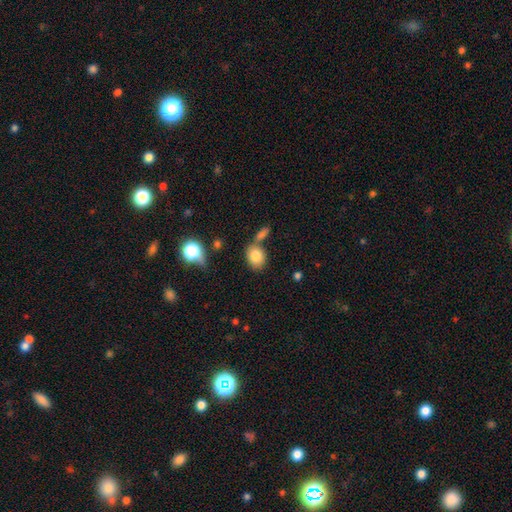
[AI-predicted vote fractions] Smooth or featured?
  - smooth: 80% *
  - featured or disk: 10%
  - star or artifact: 10%
How rounded?
  - in between: 56% *
  - round: 43%
  - cigar-shaped: 1%
Merging?
  - none: 59% *
  - merger: 22%
  - minor disturbance: 14%
  - major disturbance: 5%